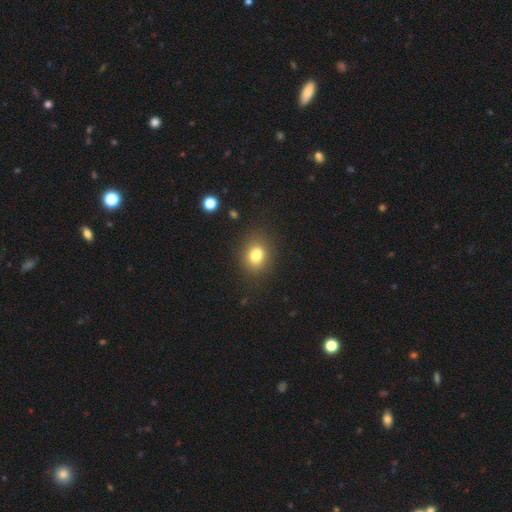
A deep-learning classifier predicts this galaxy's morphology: Smooth or featured?
  - smooth: 77% *
  - star or artifact: 12%
  - featured or disk: 11%
How rounded?
  - in between: 50% *
  - round: 49%
  - cigar-shaped: 1%
Merging?
  - none: 71% *
  - minor disturbance: 14%
  - merger: 10%
  - major disturbance: 5%